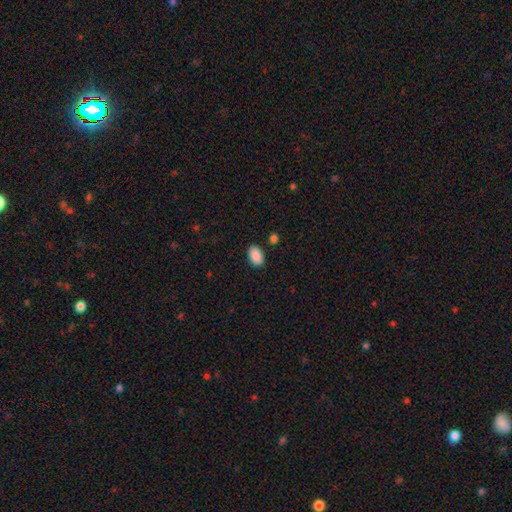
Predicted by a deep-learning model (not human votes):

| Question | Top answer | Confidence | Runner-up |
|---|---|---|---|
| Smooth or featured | smooth | 90% | star or artifact (7%) |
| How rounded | in between | 91% | round (8%) |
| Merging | none | 86% | minor disturbance (9%) |